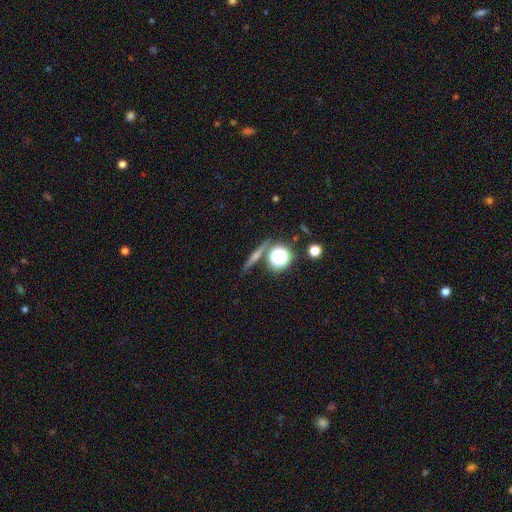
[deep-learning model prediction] A featured or disk galaxy (40%). Merging: none (81%).